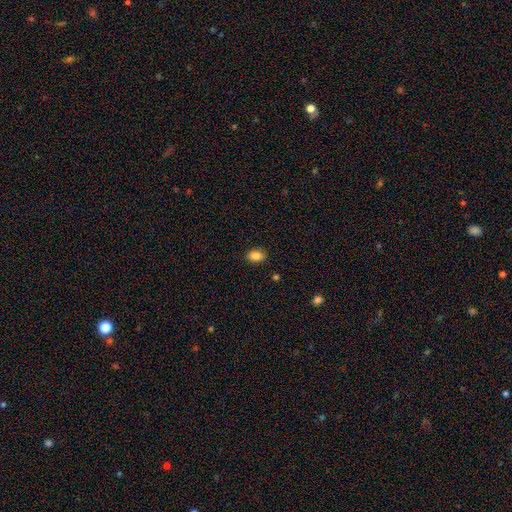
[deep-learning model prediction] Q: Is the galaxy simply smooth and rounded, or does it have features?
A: smooth — 85%.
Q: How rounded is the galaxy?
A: in between — 79%.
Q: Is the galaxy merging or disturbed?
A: none — 88%.